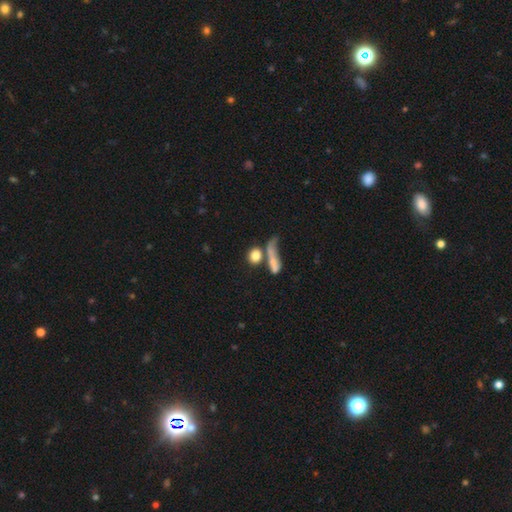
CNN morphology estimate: Smooth or featured? Predicted: smooth (p=0.77). How rounded? Predicted: round (p=0.58). Merging? Predicted: none (p=0.41).